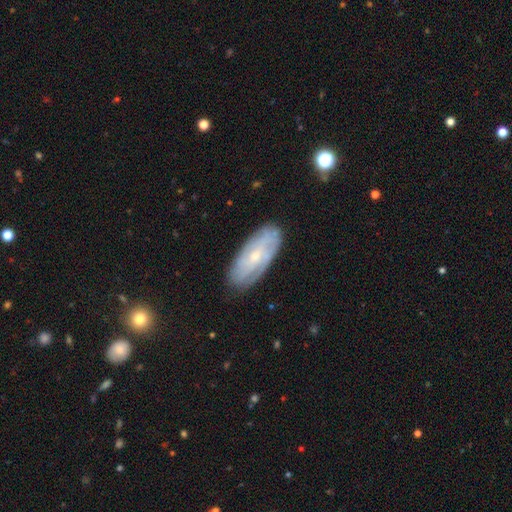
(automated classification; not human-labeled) Morphology: type=featured or disk (65%); edge-on=no (88%); bar=no (68%); spiral arms=yes (83%); bulge=small (69%); merging=none (80%).